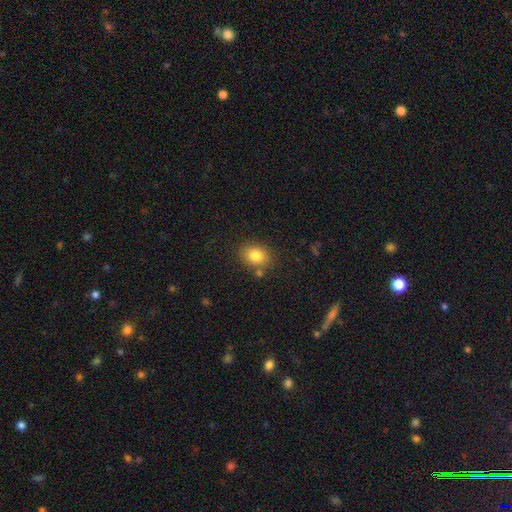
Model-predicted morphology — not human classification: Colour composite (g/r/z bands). It shows a smooth galaxy with no disk features (82%) that is in between round and cigar-shaped (50%). Merging: none (79%).